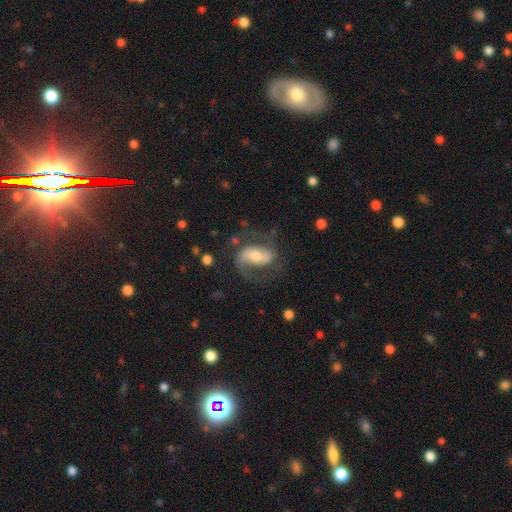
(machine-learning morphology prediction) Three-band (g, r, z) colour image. It shows a featured or disk galaxy (81%) with a strong bar (38%, tied with weak), 2 (84%) medium (52%) spiral arms (93%) and a moderate central bulge (58%). Merging: none (65%).